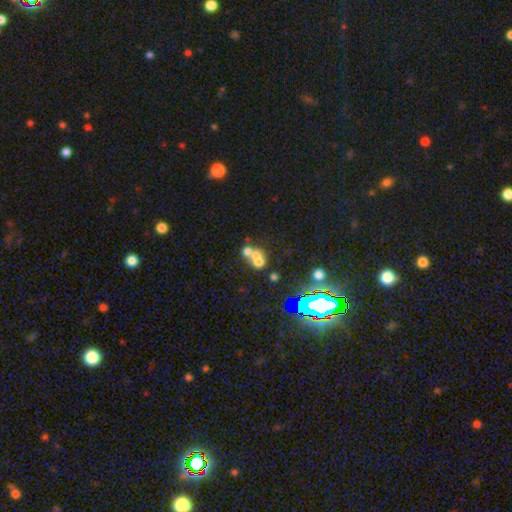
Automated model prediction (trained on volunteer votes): smooth 54%, featured or disk 27%, star or artifact 18%. Down the decision tree: how rounded — round (62%); merging — merger (66%).